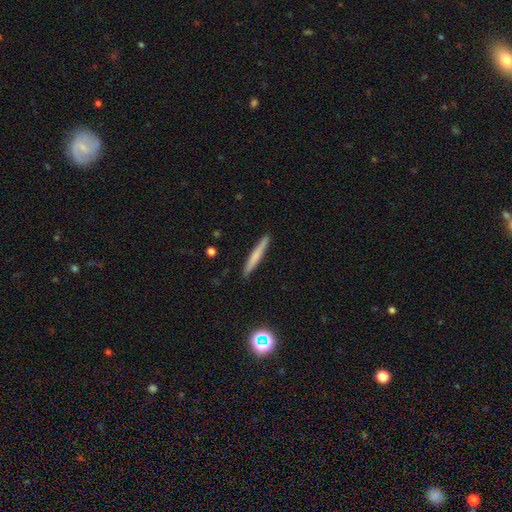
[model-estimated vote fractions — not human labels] Morphology: type=smooth (62%); roundness=cigar-shaped (96%); merging=none (91%).